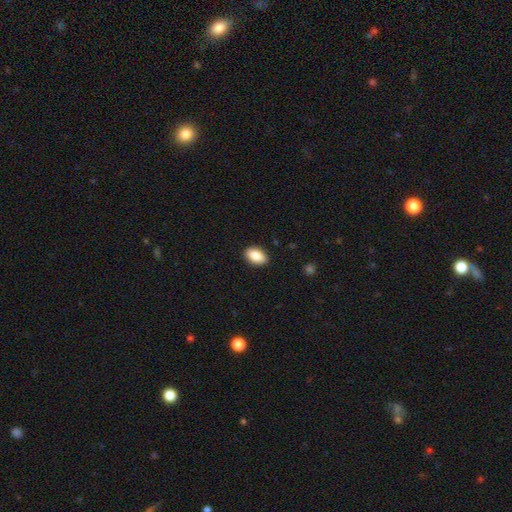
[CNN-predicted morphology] Smooth or featured: smooth — 88% (star or artifact — 7%)
How rounded: in between — 92% (round — 7%)
Merging: none — 89% (minor disturbance — 8%)